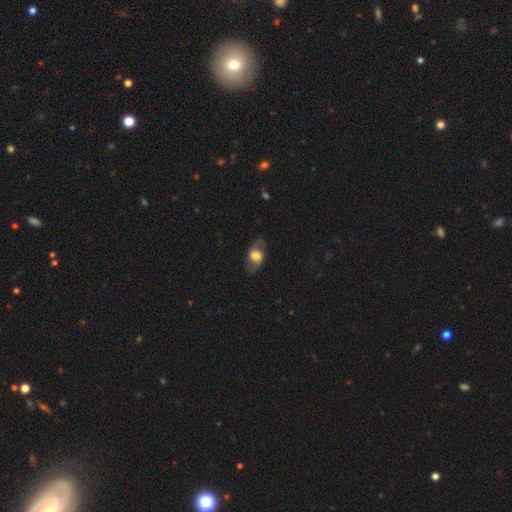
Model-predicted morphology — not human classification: The model was most divided on "smooth or featured": featured or disk: 51%, smooth: 41%, star or artifact: 8%. More confident: edge-on disk — no (85%); merging — none (75%).